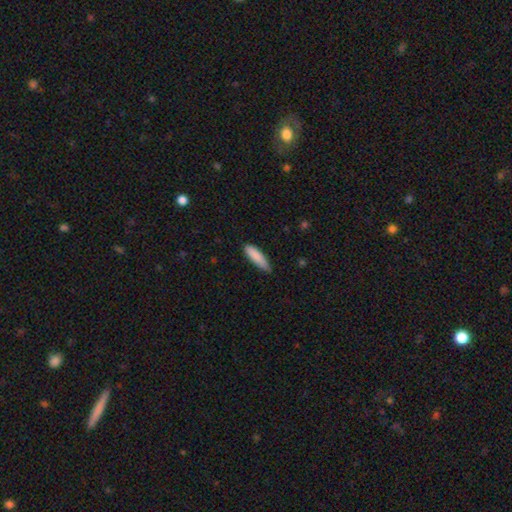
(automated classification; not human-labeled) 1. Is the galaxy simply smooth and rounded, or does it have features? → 87% smooth, 7% featured or disk, 6% star or artifact.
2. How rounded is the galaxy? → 68% cigar-shaped, 30% in between, 1% round.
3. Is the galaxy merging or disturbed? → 72% none, 24% minor disturbance, 3% major disturbance, 1% merger.